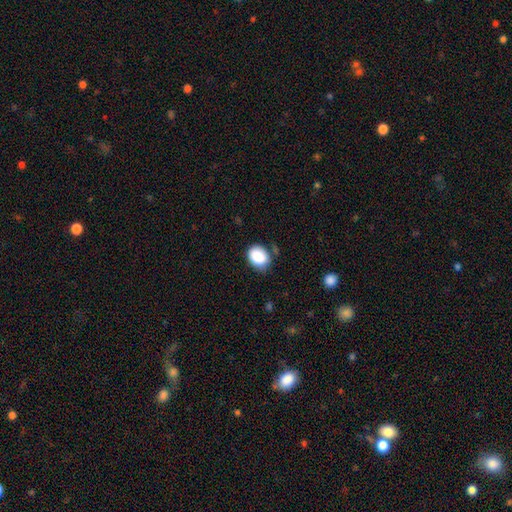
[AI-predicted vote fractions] Smooth or featured?
  - smooth: 88% *
  - star or artifact: 8%
  - featured or disk: 4%
How rounded?
  - in between: 52% *
  - round: 47%
  - cigar-shaped: 1%
Merging?
  - none: 72% *
  - minor disturbance: 20%
  - major disturbance: 4%
  - merger: 3%